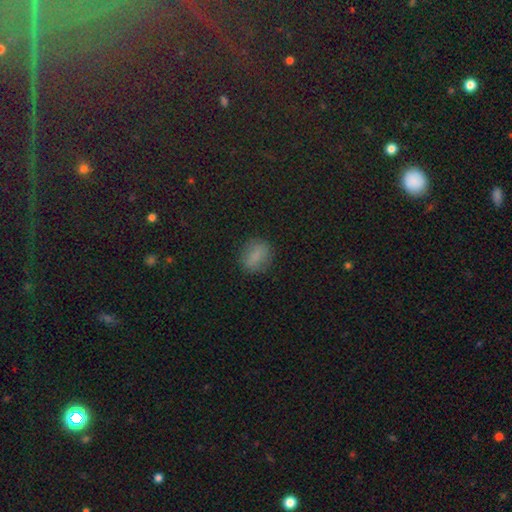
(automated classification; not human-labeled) A smooth galaxy with no disk features (79%) that is in between round and cigar-shaped (53%). Merging: none (83%).